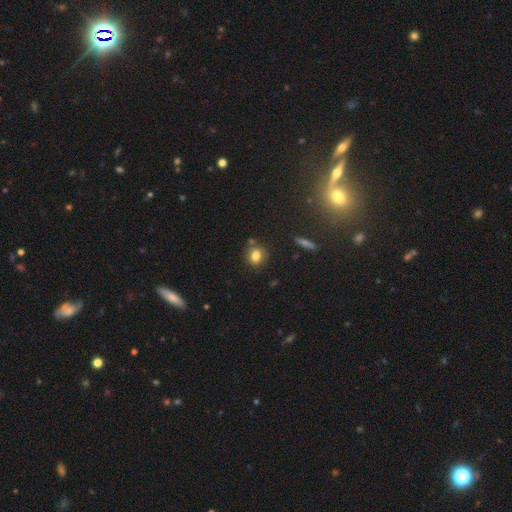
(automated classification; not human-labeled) Smooth or featured? Predicted: smooth (p=0.80). How rounded? Predicted: round (p=0.68). Merging? Predicted: none (p=0.76).